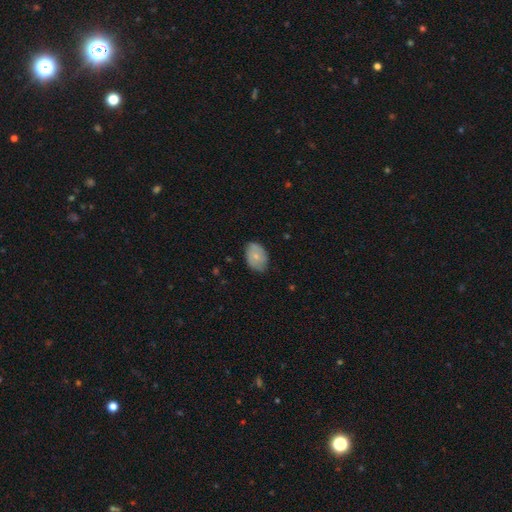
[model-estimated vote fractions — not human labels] smooth-or-featured: smooth: 69% | featured or disk: 25% | star or artifact: 7%
  how-rounded: in between: 80% | round: 19% | cigar-shaped: 1%
  merging: none: 72% | minor disturbance: 23% | major disturbance: 4% | merger: 1%